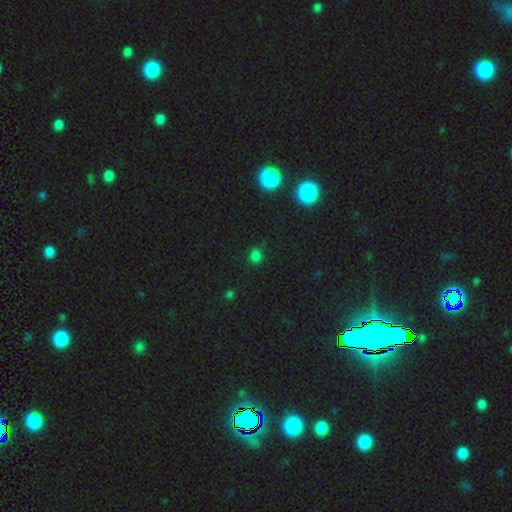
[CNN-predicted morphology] The model was most divided on "smooth or featured": smooth: 72%, star or artifact: 24%, featured or disk: 4%. More confident: merging — none (86%); how rounded — round (77%).